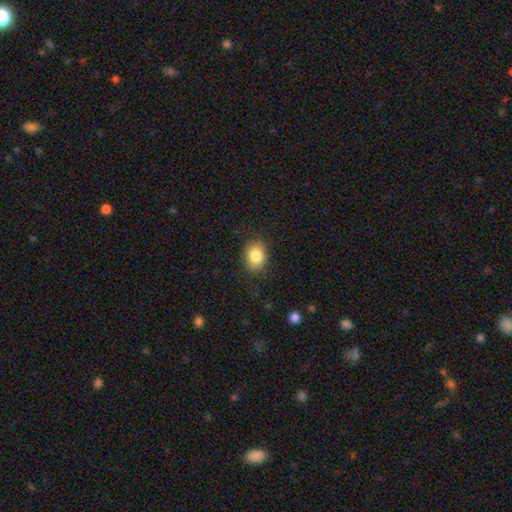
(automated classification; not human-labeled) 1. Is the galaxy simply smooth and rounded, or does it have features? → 84% smooth, 9% star or artifact, 7% featured or disk.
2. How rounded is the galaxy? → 57% in between, 42% round, 1% cigar-shaped.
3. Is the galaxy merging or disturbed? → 86% none, 10% minor disturbance, 3% major disturbance, 1% merger.